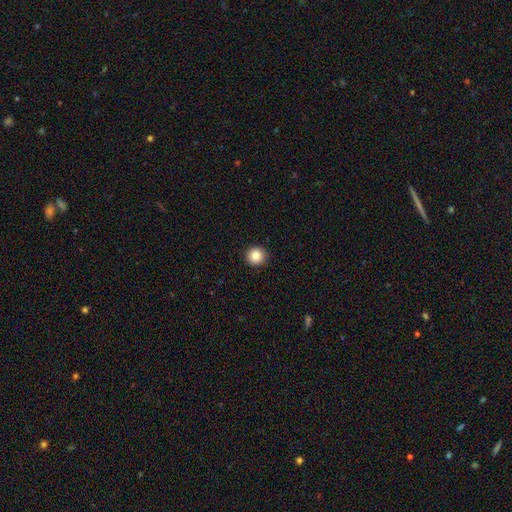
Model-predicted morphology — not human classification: This appears to be a smooth galaxy with no disk features (86%) that is round (93%). Merging: none (93%).